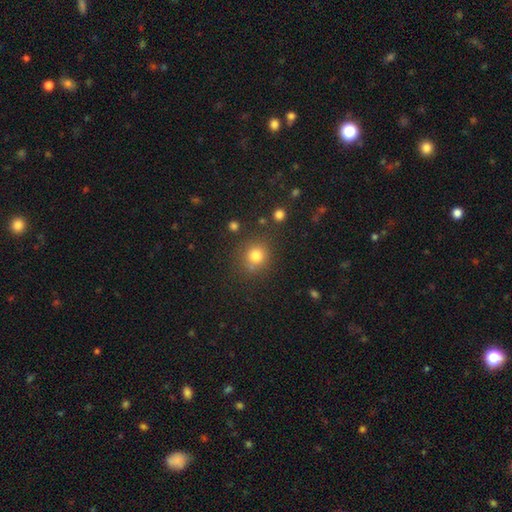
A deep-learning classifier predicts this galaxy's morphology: smooth 80%, star or artifact 14%, featured or disk 7%. Down the decision tree: how rounded — round (87%); merging — none (78%).